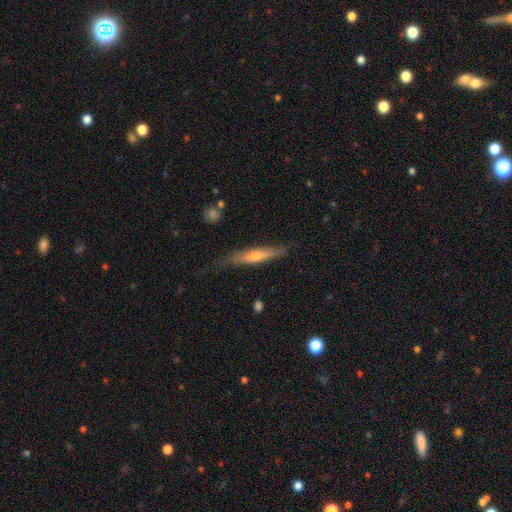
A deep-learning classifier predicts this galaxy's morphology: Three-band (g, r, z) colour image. It shows a featured or disk galaxy (51%) viewed edge-on (88%). Merging: none (71%).